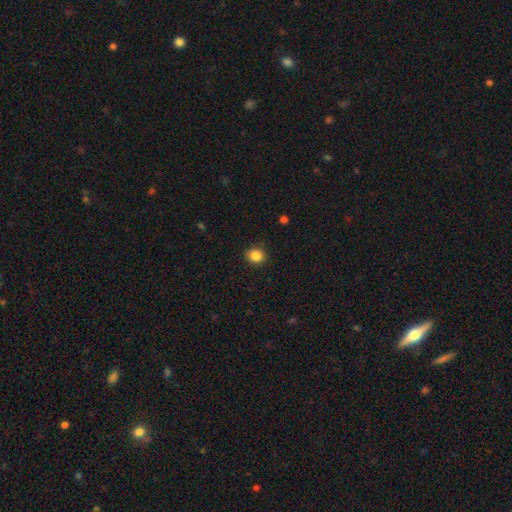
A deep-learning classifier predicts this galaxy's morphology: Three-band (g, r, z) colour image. It shows a smooth galaxy with no disk features (86%) that is round (76%). Merging: none (90%).